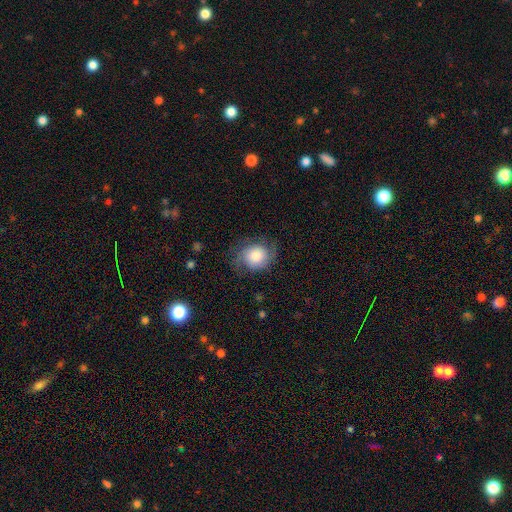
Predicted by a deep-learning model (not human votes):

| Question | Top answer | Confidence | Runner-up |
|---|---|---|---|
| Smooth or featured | smooth | 51% | featured or disk (41%) |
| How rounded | round | 70% | in between (30%) |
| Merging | none | 68% | minor disturbance (20%) |